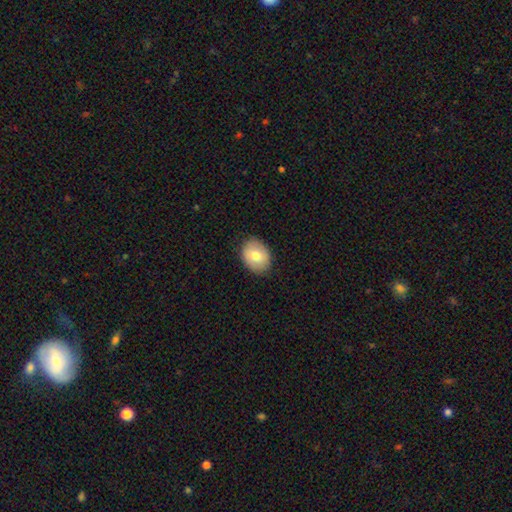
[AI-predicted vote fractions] smooth_or_featured: smooth (p=0.75) [alt: featured or disk p=0.18]
how_rounded: in between (p=0.59) [alt: round p=0.40]
merging: none (p=0.86) [alt: minor disturbance p=0.11]